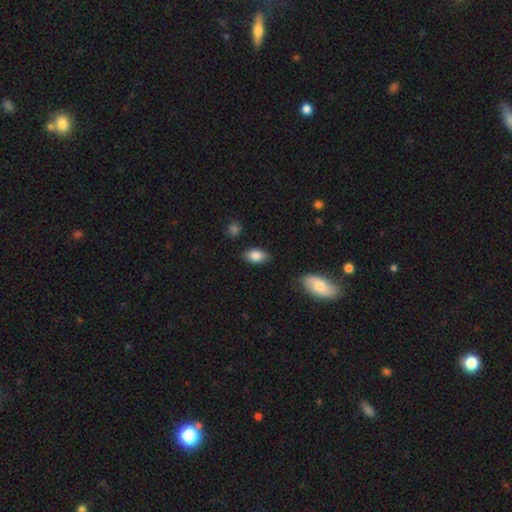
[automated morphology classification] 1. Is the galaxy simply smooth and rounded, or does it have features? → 85% smooth, 8% featured or disk, 7% star or artifact.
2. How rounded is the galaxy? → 92% in between, 6% round, 3% cigar-shaped.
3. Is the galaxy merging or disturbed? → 83% none, 13% minor disturbance, 3% major disturbance, 2% merger.